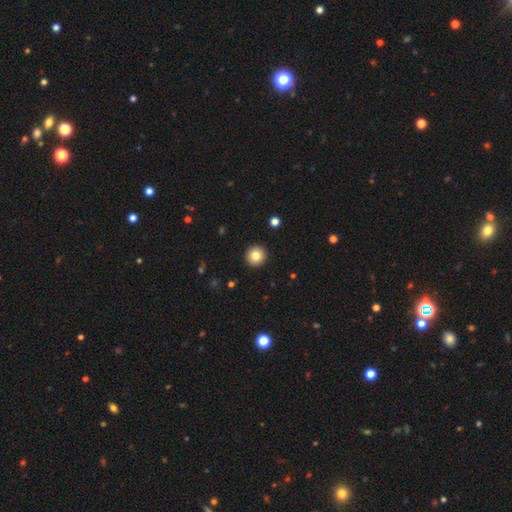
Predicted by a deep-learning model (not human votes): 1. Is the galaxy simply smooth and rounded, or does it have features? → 82% smooth, 10% star or artifact, 8% featured or disk.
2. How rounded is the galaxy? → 96% round, 3% in between, 1% cigar-shaped.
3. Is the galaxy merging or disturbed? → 93% none, 4% minor disturbance, 1% major disturbance, 1% merger.